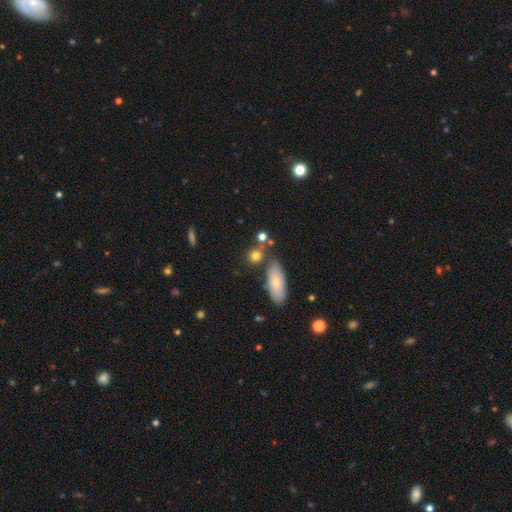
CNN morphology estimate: Smooth or featured?
  - smooth: 79% *
  - star or artifact: 11%
  - featured or disk: 10%
How rounded?
  - round: 75% *
  - in between: 21%
  - cigar-shaped: 4%
Merging?
  - none: 69% *
  - merger: 17%
  - minor disturbance: 10%
  - major disturbance: 4%